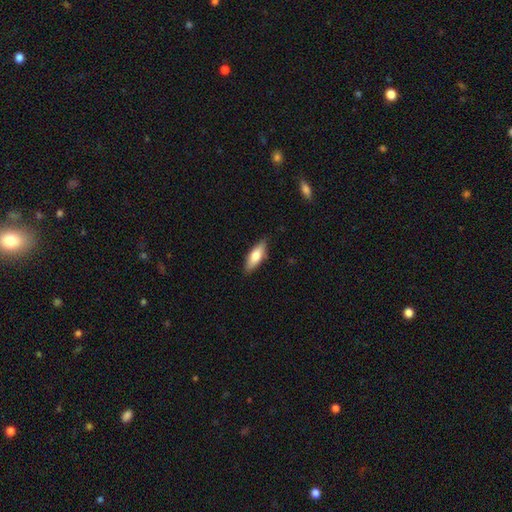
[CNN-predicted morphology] smooth-or-featured: smooth: 72% | featured or disk: 23% | star or artifact: 6%
  how-rounded: in between: 61% | cigar-shaped: 37% | round: 2%
  merging: none: 85% | minor disturbance: 12% | major disturbance: 2% | merger: 1%